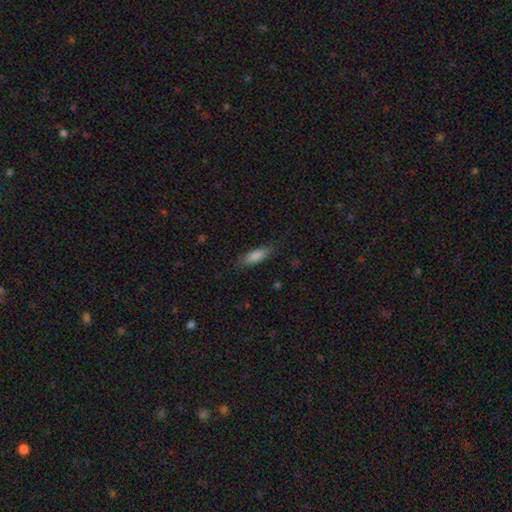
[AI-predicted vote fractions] Overall: smooth (80%). How rounded: in between (49%, tied with cigar-shaped). Merging: none (79%).